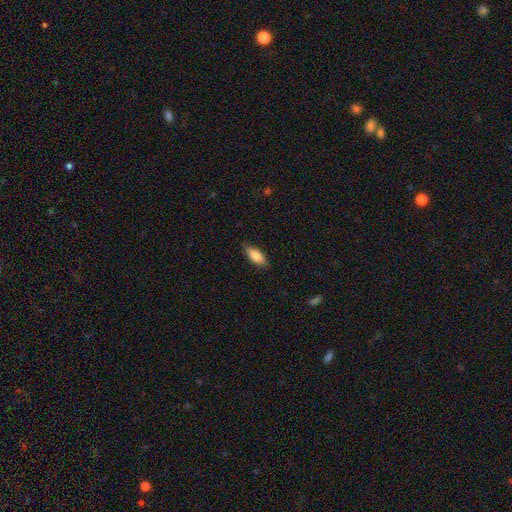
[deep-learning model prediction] Q: Smooth or featured?
A: smooth (81%); runner-up: featured or disk (13%)
Q: How rounded?
A: in between (74%); runner-up: cigar-shaped (24%)
Q: Merging?
A: none (86%); runner-up: minor disturbance (11%)